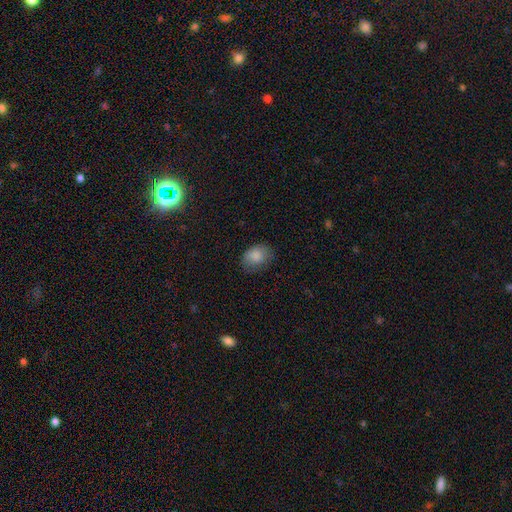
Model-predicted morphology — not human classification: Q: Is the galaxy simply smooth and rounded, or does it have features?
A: smooth — 84%.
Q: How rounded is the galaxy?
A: in between — 69%.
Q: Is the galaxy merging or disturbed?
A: none — 69%.